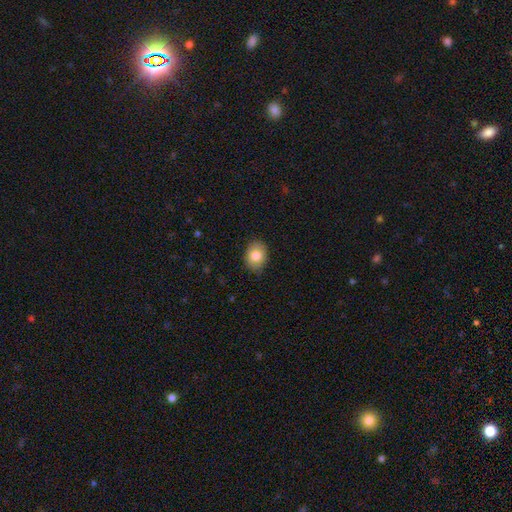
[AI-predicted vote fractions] Overall: smooth (81%). How rounded: in between (62%; round 37%). Merging: none (85%).